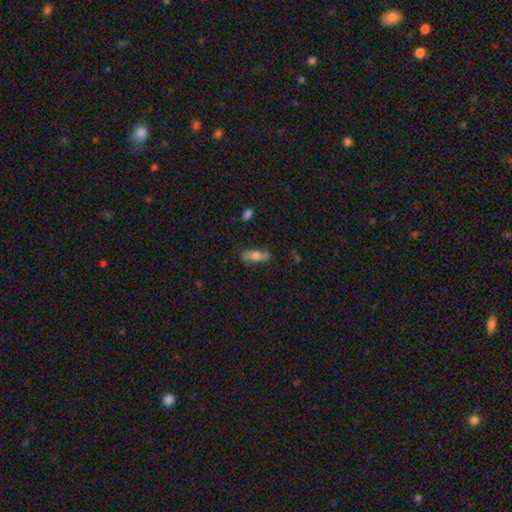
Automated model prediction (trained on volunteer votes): Overall: smooth (59%; featured or disk 33%). How rounded: in between (61%; cigar-shaped 35%). Merging: none (70%).